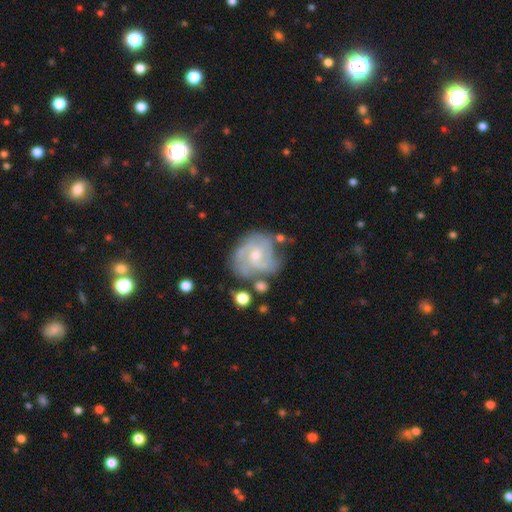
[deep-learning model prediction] Morphology: type=featured or disk (78%); edge-on=no (98%); bar=no (68%); spiral arms=yes (88%); winding=tight (46%); arm count=3 (31%); bulge=small (48%); merging=none (55%).